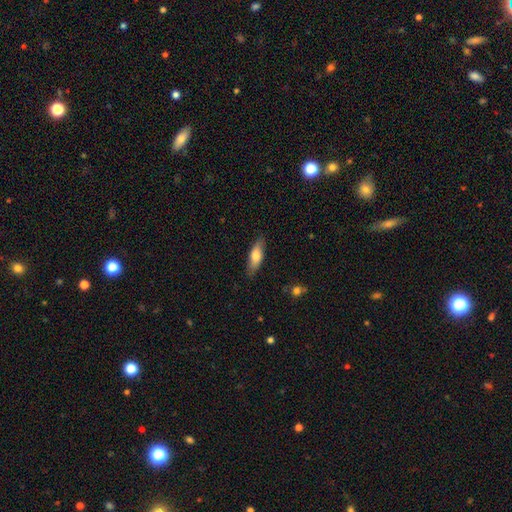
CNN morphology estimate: smooth-or-featured: smooth: 70% | featured or disk: 24% | star or artifact: 6%
  how-rounded: in between: 55% | cigar-shaped: 43% | round: 2%
  merging: none: 86% | minor disturbance: 11% | major disturbance: 2% | merger: 1%